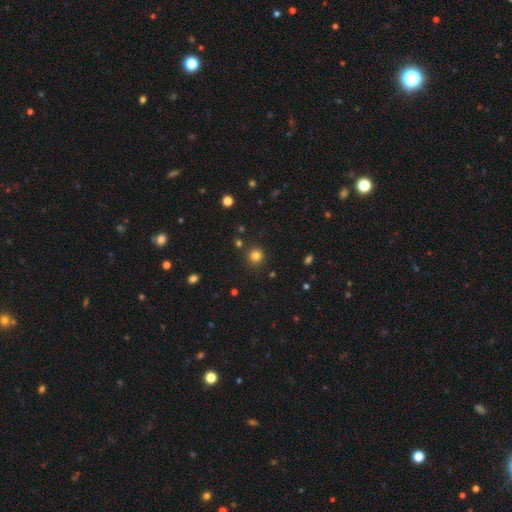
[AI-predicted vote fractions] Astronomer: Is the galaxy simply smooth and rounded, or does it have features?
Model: smooth — 80%.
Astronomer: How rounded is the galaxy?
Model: round — 94%.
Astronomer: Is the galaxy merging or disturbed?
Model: none — 89%.